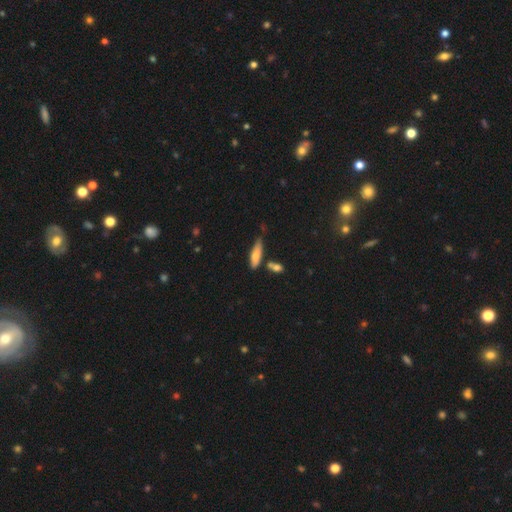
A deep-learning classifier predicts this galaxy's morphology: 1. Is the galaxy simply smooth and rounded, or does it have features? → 73% smooth, 20% featured or disk, 7% star or artifact.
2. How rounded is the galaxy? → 58% cigar-shaped, 40% in between, 2% round.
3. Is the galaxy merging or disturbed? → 55% none, 27% minor disturbance, 12% merger, 6% major disturbance.